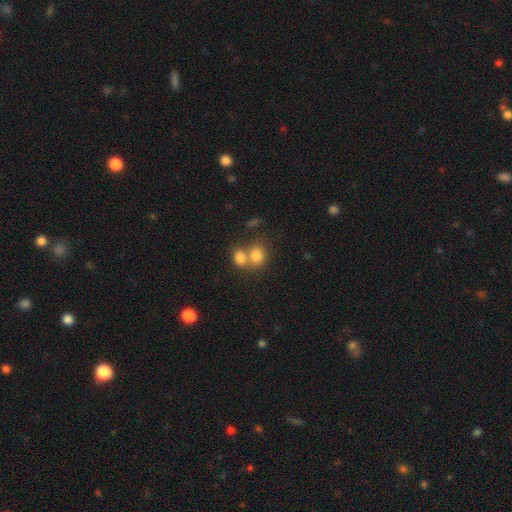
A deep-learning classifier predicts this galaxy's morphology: Overall: smooth (80%). How rounded: round (59%; in between 40%). Merging: merger (58%; none 31%).